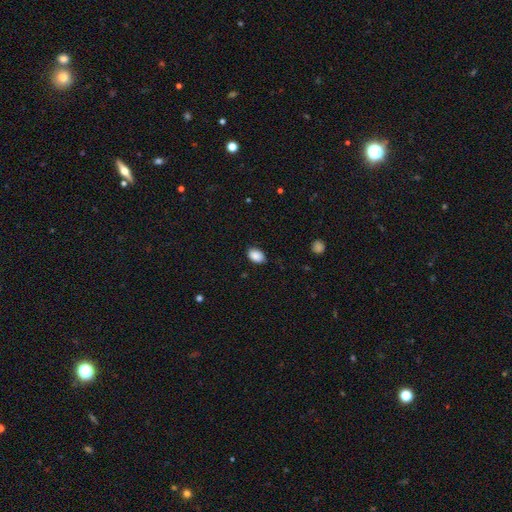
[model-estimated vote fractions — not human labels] smooth_or_featured: smooth (p=0.89) [alt: star or artifact p=0.07]
how_rounded: in between (p=0.87) [alt: round p=0.12]
merging: none (p=0.84) [alt: minor disturbance p=0.12]